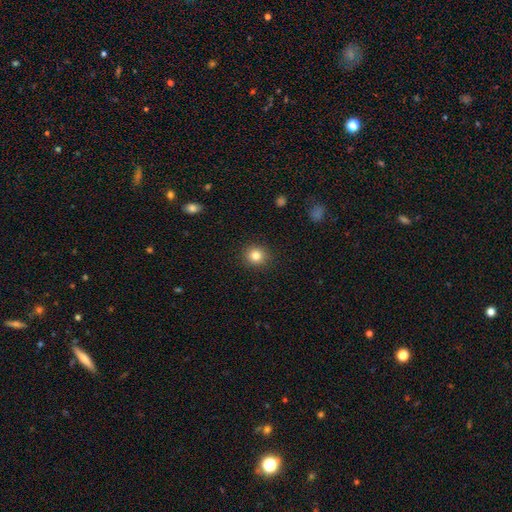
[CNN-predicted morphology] This is clearly a smooth galaxy (83%). How rounded: clearly round (88%). Merging: clearly none (91%).